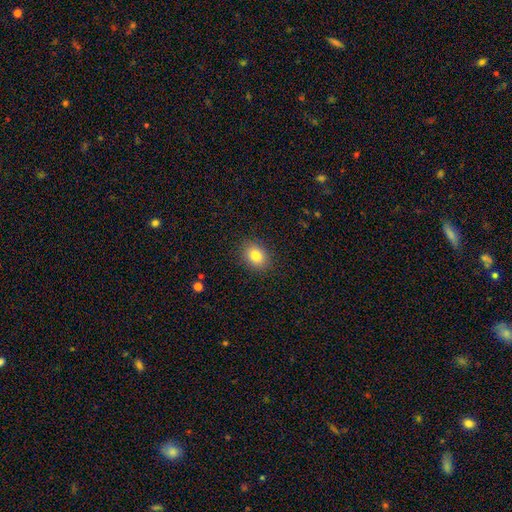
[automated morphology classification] A smooth galaxy with no disk features (82%) that is in between round and cigar-shaped (57%).

Vote fractions:
- Smooth or featured? smooth: 82% / star or artifact: 10% / featured or disk: 9%
- How rounded? in between: 57% / round: 42% / cigar-shaped: 1%
- Merging? none: 89% / minor disturbance: 8% / major disturbance: 2% / merger: 1%